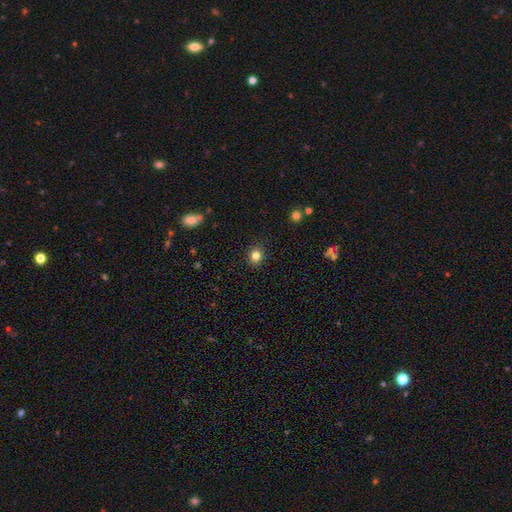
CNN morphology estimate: smooth 82%, star or artifact 12%, featured or disk 6%. Down the decision tree: how rounded — round (80%); merging — none (90%).